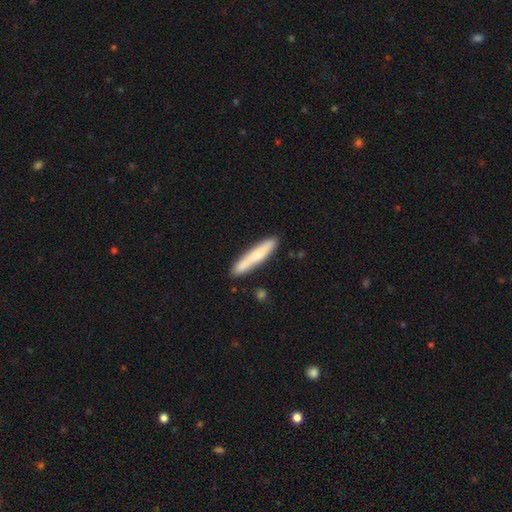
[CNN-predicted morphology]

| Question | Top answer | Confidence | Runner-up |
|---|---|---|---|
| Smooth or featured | smooth | 68% | featured or disk (27%) |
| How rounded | cigar-shaped | 92% | in between (7%) |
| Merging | none | 83% | minor disturbance (12%) |